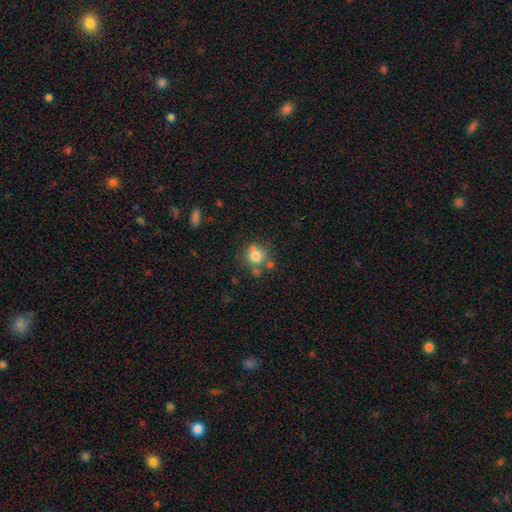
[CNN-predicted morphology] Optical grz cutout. It shows a smooth galaxy with no disk features (73%) that is round (76%). Merging: none (57%).